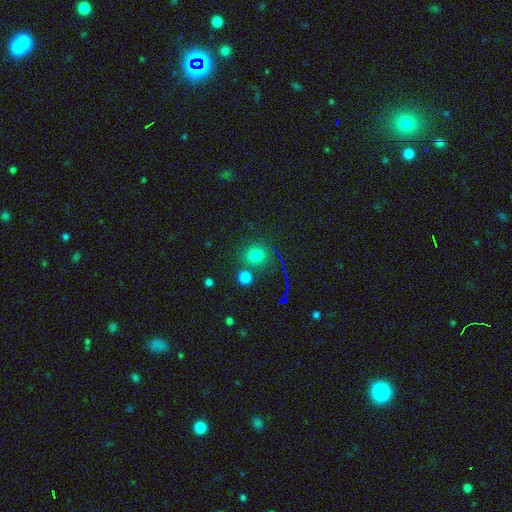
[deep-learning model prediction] A smooth galaxy with no disk features (72%) that is round (84%). Merging: none (75%).